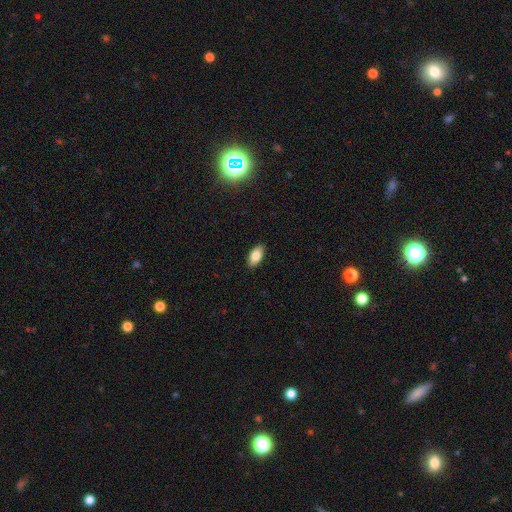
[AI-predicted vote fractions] smooth-or-featured: smooth: 80% | featured or disk: 13% | star or artifact: 7%
  how-rounded: in between: 90% | cigar-shaped: 7% | round: 3%
  merging: none: 89% | minor disturbance: 8% | major disturbance: 2% | merger: 1%